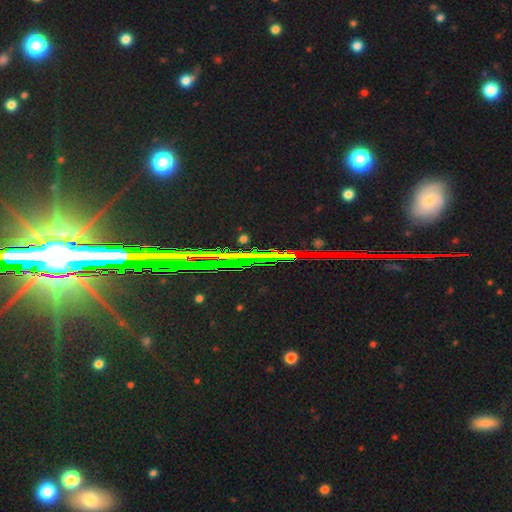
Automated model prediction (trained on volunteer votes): smooth_or_featured: star or artifact (p=0.81) [alt: featured or disk p=0.12]